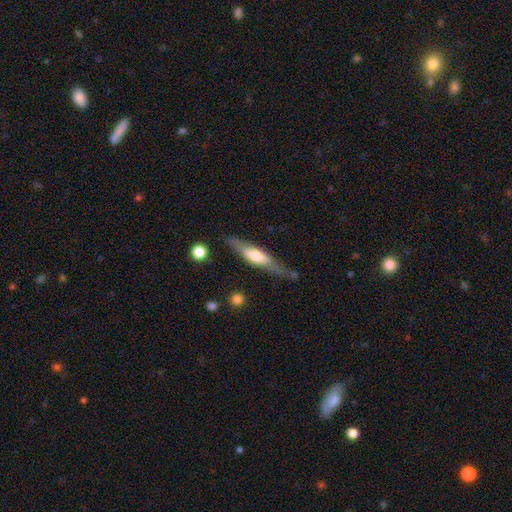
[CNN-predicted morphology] type=featured or disk (52%); edge-on=yes (88%); merging=none (74%).